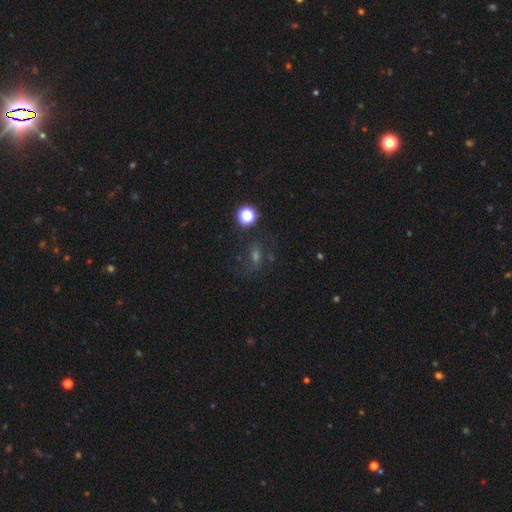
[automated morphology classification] A star or artifact, not a galaxy (36%, tied with smooth).

Vote fractions:
- Smooth or featured? star or artifact: 36% (tied) / smooth: 36% (tied) / featured or disk: 28%